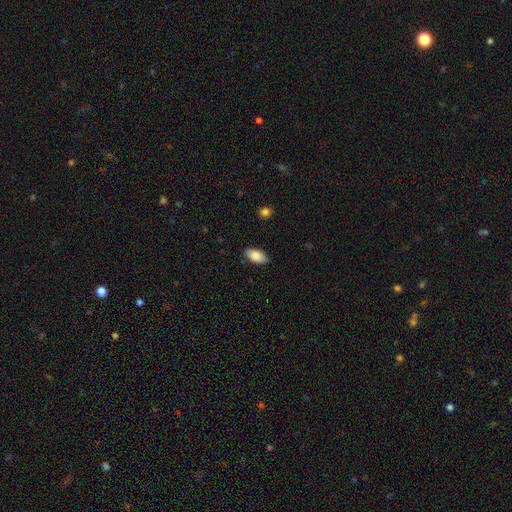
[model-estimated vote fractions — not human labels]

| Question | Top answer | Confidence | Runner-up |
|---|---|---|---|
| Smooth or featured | smooth | 88% | star or artifact (6%) |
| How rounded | in between | 93% | cigar-shaped (4%) |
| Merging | none | 86% | minor disturbance (11%) |